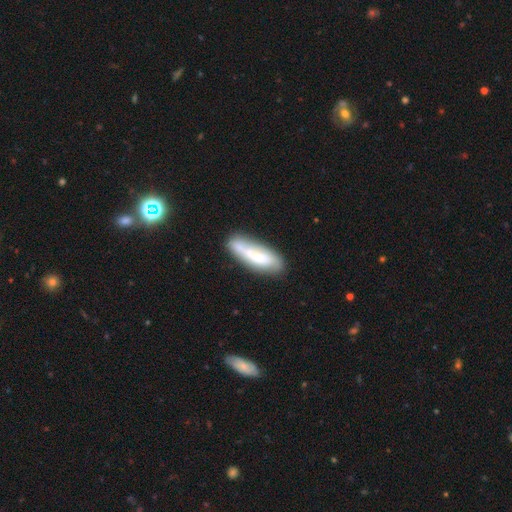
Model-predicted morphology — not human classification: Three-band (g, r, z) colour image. It shows a smooth galaxy with no disk features (55%) that is cigar-shaped (52%). Merging: none (62%).